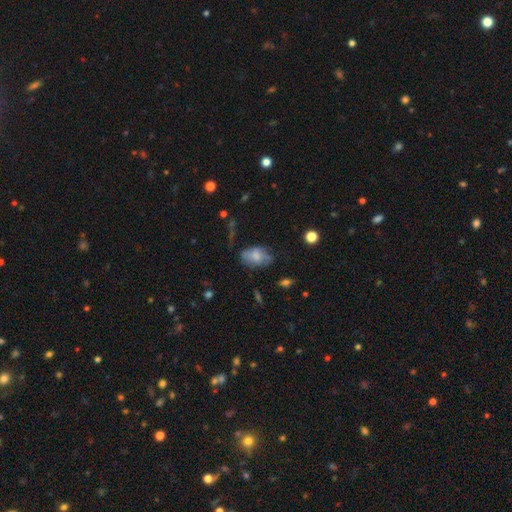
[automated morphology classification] Smooth or featured? smooth (64%)
How rounded? in between (86%)
Merging? none (53%)